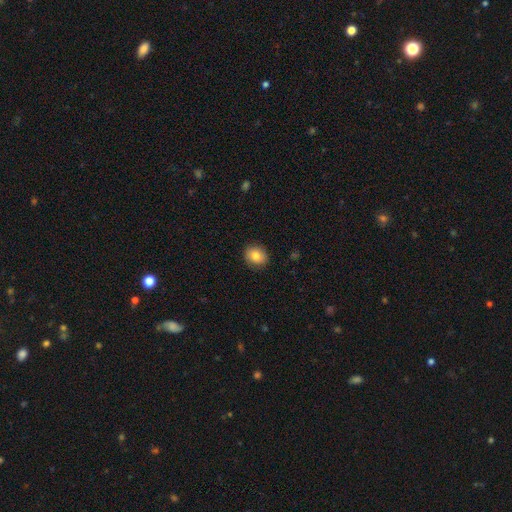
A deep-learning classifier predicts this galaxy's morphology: smooth-or-featured: smooth: 82% | featured or disk: 9% | star or artifact: 9%
  how-rounded: round: 66% | in between: 33% | cigar-shaped: 1%
  merging: none: 87% | minor disturbance: 10% | major disturbance: 2% | merger: 1%